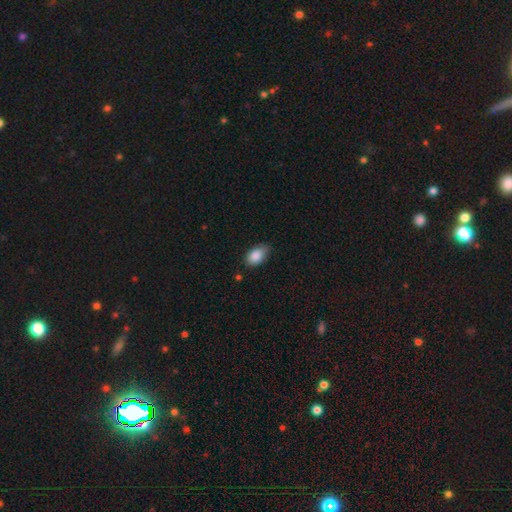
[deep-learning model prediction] smooth_or_featured: smooth (p=0.87) [alt: star or artifact p=0.07]
how_rounded: in between (p=0.91) [alt: round p=0.07]
merging: none (p=0.71) [alt: minor disturbance p=0.24]